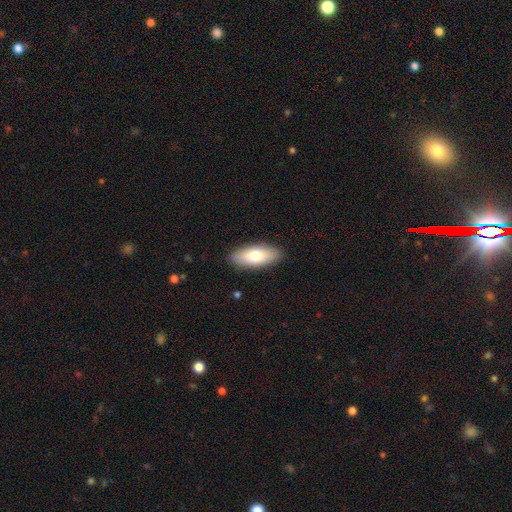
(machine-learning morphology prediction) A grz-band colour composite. It shows a smooth galaxy with no disk features (74%) that is in between round and cigar-shaped (81%). Merging: none (89%).